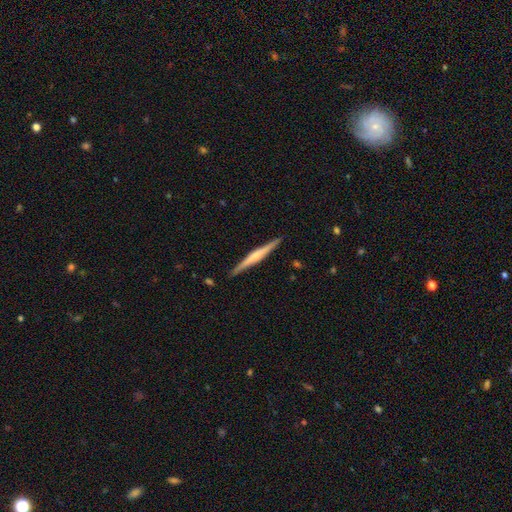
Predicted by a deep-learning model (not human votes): A featured or disk galaxy (66%) viewed edge-on (98%) with a rounded central bulge (59%).

Vote fractions:
- Smooth or featured? featured or disk: 66% / smooth: 29% / star or artifact: 5%
- Edge-on disk? yes: 98% / no: 2%
- Edge-on bulge? rounded: 59% / none: 25% / boxy: 16%
- Merging? none: 91% / minor disturbance: 7% / major disturbance: 1% / merger: 1%